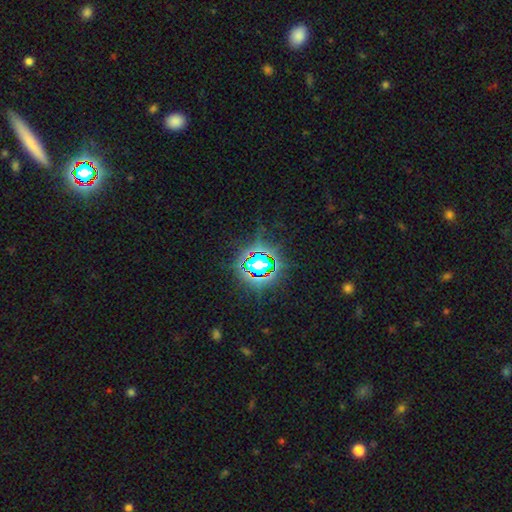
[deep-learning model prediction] A star or artifact, not a galaxy (80%).

Vote fractions:
- Smooth or featured? star or artifact: 80% / smooth: 13% / featured or disk: 8%